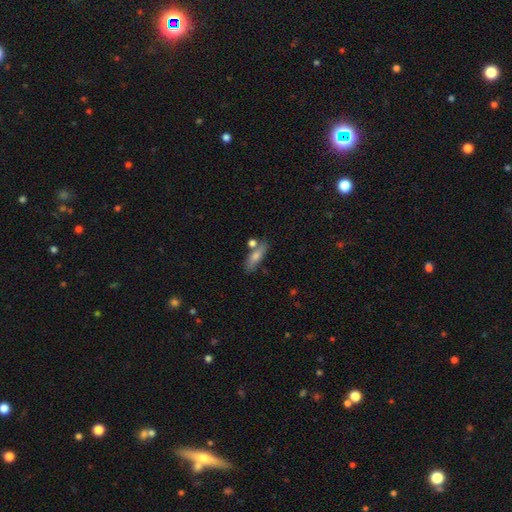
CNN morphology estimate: This appears to be a smooth galaxy with no disk features (62%) that is cigar-shaped (50%). Merging: none (69%).